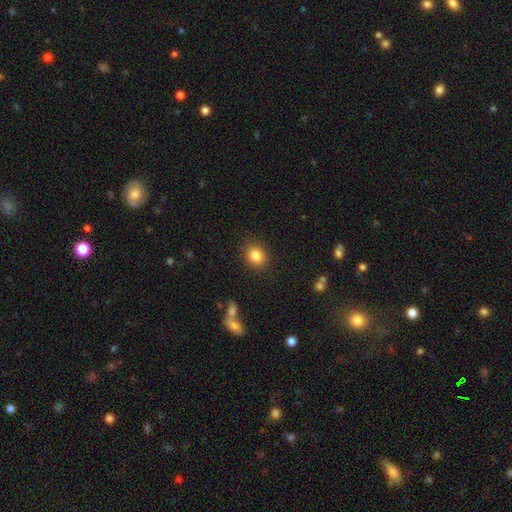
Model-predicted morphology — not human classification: Overall: smooth (84%). How rounded: round (64%; in between 35%). Merging: none (88%).